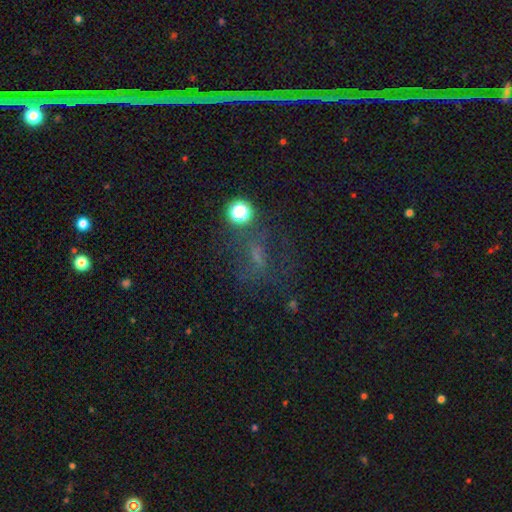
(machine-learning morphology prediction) Smooth or featured? star or artifact (49%)